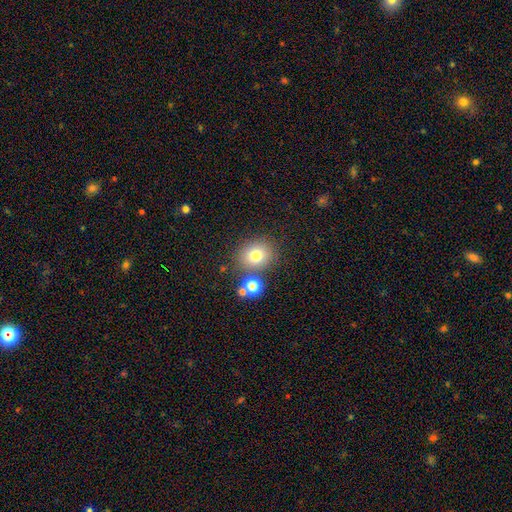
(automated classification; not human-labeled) Smooth or featured: smooth — 76% (star or artifact — 13%)
How rounded: round — 69% (in between — 31%)
Merging: none — 70% (merger — 16%)